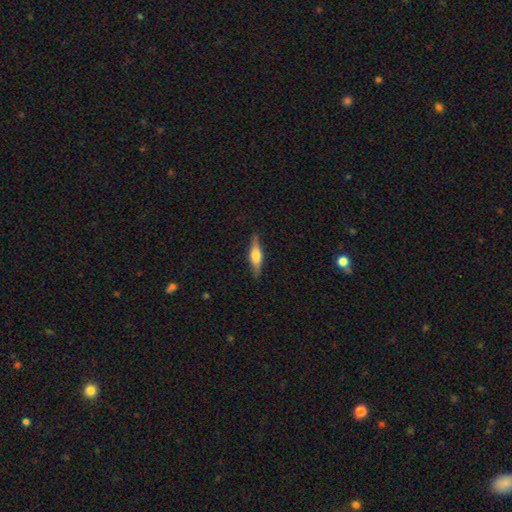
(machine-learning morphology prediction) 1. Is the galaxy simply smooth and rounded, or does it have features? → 59% featured or disk, 35% smooth, 6% star or artifact.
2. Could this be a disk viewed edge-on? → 96% yes, 4% no.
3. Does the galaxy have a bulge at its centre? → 88% rounded, 10% boxy, 3% none.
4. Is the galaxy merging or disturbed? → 87% none, 10% minor disturbance, 2% major disturbance, 1% merger.